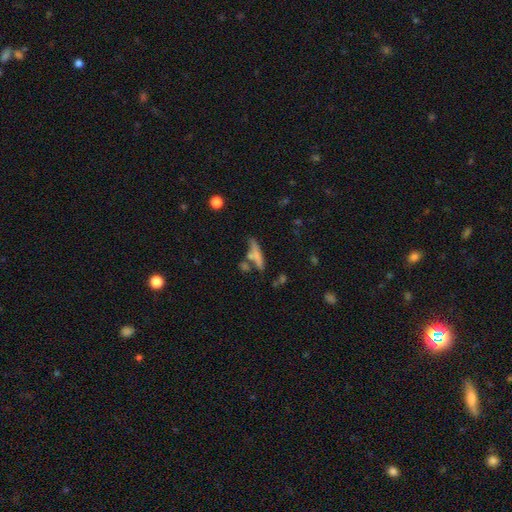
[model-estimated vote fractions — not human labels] Morphology: type=smooth (61%); roundness=cigar-shaped (80%); merging=none (54%).